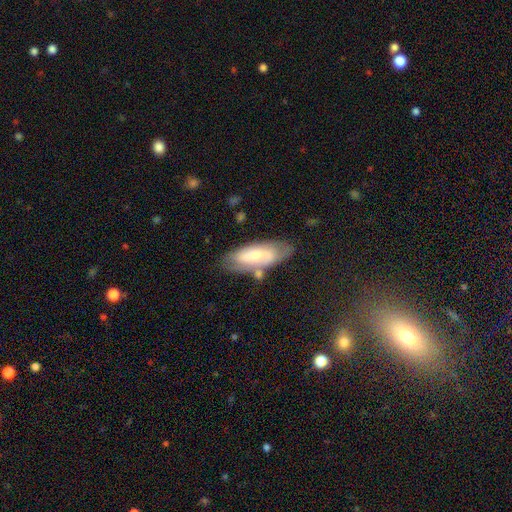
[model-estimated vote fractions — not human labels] Smooth or featured: featured or disk — 50% (smooth — 44%)
Merging: none — 62% (minor disturbance — 21%)